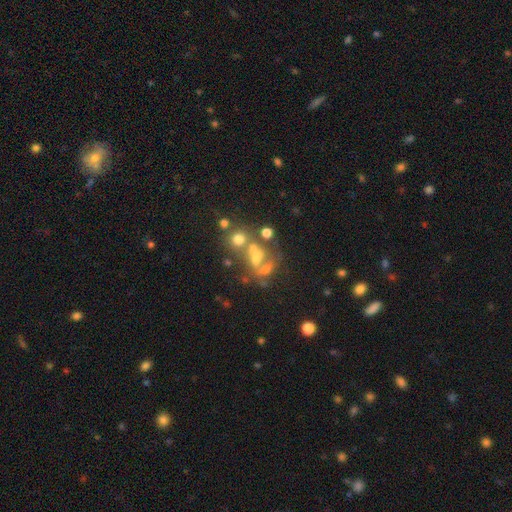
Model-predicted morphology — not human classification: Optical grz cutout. It shows a star or artifact, not a galaxy (37%).